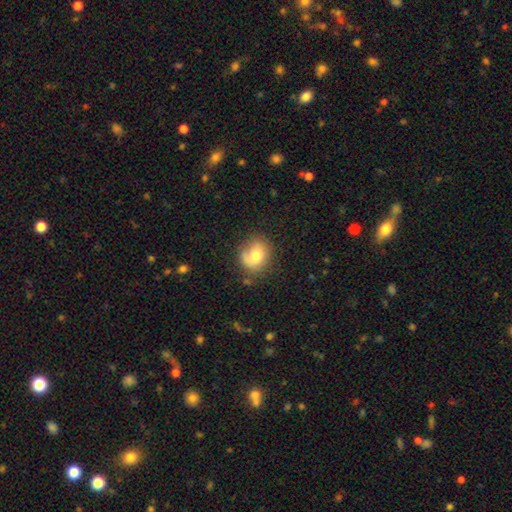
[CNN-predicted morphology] Smooth or featured? Predicted: smooth (p=0.66). How rounded? Predicted: round (p=0.66). Merging? Predicted: none (p=0.62).